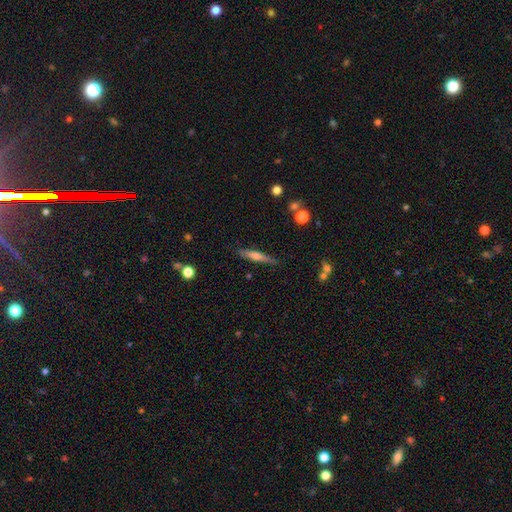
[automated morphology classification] Smooth or featured?
  - featured or disk: 50% *
  - smooth: 42%
  - star or artifact: 7%
Edge-on disk?
  - yes: 93% *
  - no: 7%
Merging?
  - none: 83% *
  - minor disturbance: 12%
  - major disturbance: 3%
  - merger: 2%